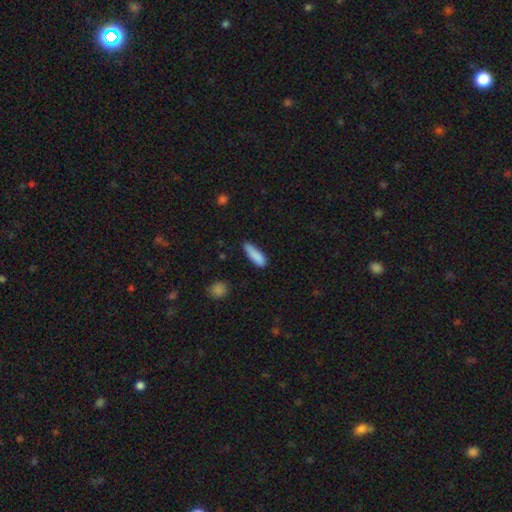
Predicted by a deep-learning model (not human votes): Overall: smooth (87%). How rounded: cigar-shaped (57%; in between 41%). Merging: none (71%).